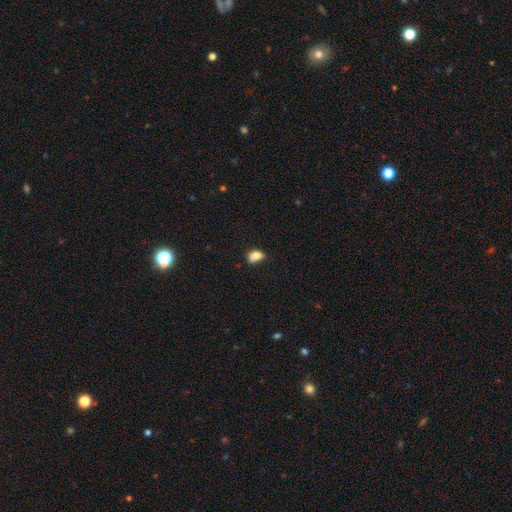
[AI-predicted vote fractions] Overall: smooth (82%). How rounded: in between (84%). Merging: none (49%; minor disturbance 35%).